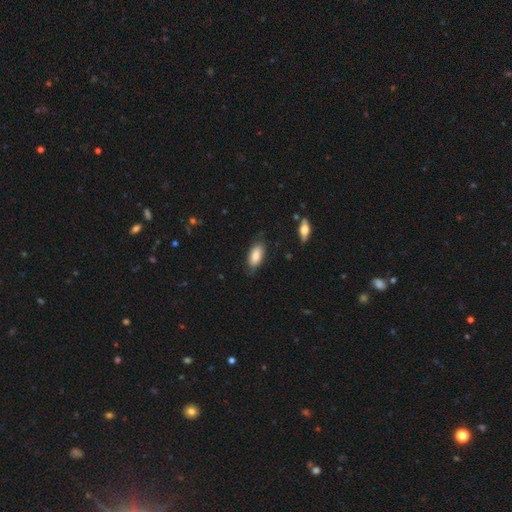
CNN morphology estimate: Smooth or featured? Predicted: smooth (p=0.82). How rounded? Predicted: in between (p=0.88). Merging? Predicted: none (p=0.73).